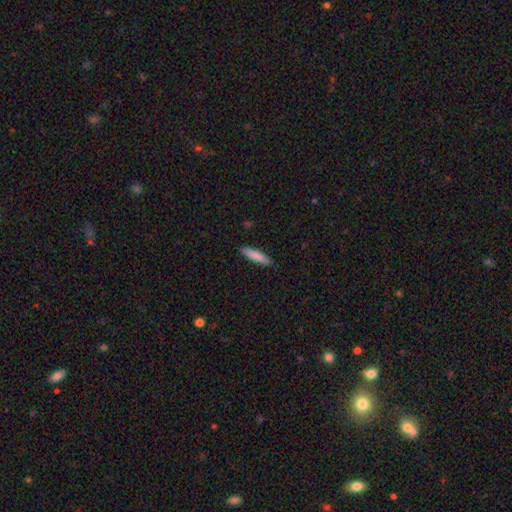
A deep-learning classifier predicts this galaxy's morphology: smooth-or-featured: smooth: 85% | featured or disk: 9% | star or artifact: 6%
  how-rounded: cigar-shaped: 81% | in between: 18% | round: 1%
  merging: none: 90% | minor disturbance: 8% | major disturbance: 2% | merger: 1%